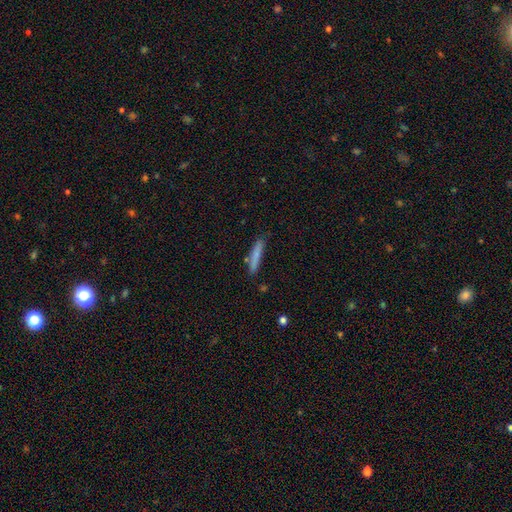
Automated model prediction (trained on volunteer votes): A smooth galaxy with no disk features (77%) that is cigar-shaped (92%).

Vote fractions:
- Smooth or featured? smooth: 77% / featured or disk: 17% / star or artifact: 6%
- How rounded? cigar-shaped: 92% / in between: 6% / round: 1%
- Merging? none: 81% / minor disturbance: 13% / merger: 3% / major disturbance: 2%